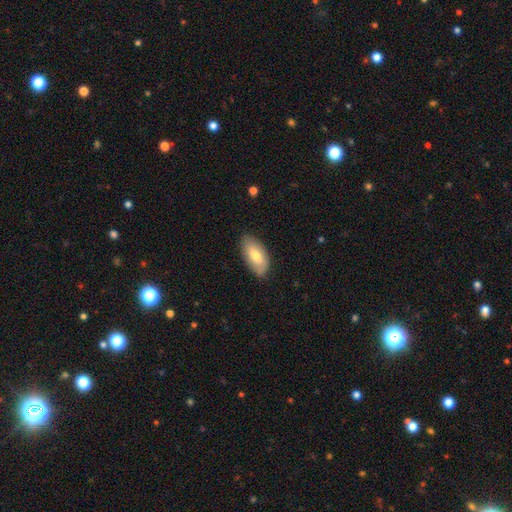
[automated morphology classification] smooth_or_featured: smooth (p=0.71) [alt: featured or disk p=0.23]
how_rounded: in between (p=0.92) [alt: cigar-shaped p=0.05]
merging: none (p=0.78) [alt: minor disturbance p=0.18]